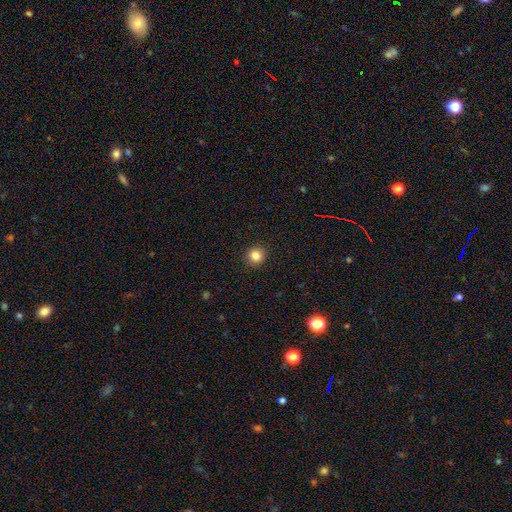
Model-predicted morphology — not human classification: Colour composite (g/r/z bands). It shows a smooth galaxy with no disk features (84%) that is round (88%). Merging: none (92%).